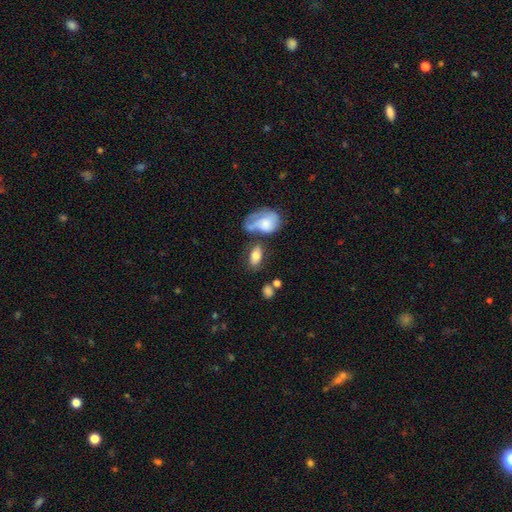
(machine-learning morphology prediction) smooth_or_featured: smooth (p=0.73) [alt: featured or disk p=0.19]
how_rounded: in between (p=0.88) [alt: round p=0.08]
merging: none (p=0.54) [alt: minor disturbance p=0.19]